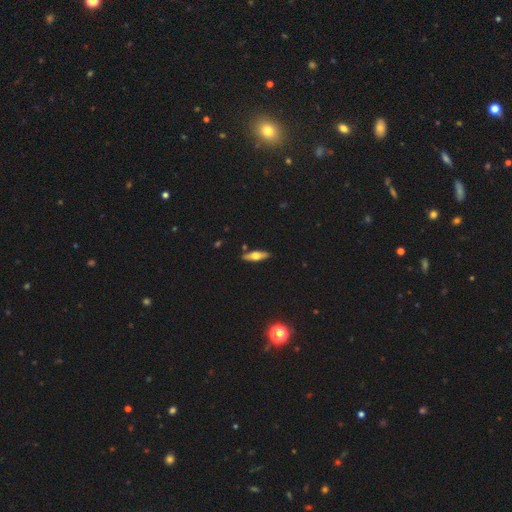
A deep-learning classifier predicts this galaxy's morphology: This is possibly a featured or disk galaxy (47%). Merging: clearly none (88%).